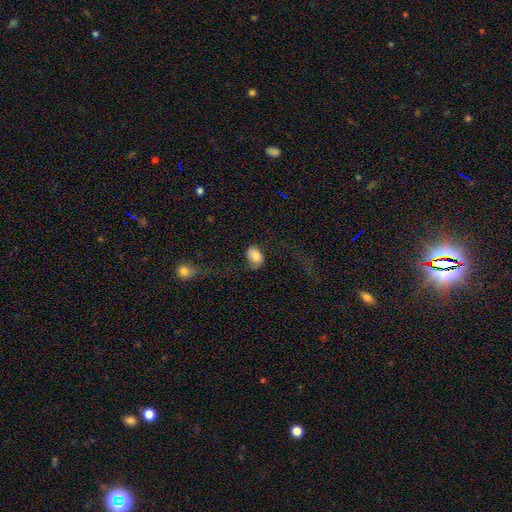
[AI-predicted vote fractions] Smooth or featured?
  - smooth: 78% *
  - featured or disk: 15%
  - star or artifact: 8%
How rounded?
  - in between: 78% *
  - round: 21%
  - cigar-shaped: 1%
Merging?
  - none: 57% *
  - major disturbance: 21%
  - minor disturbance: 19%
  - merger: 4%